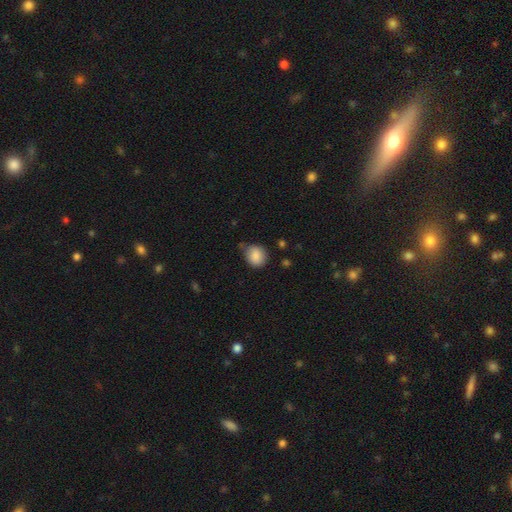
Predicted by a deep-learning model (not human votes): This is clearly a smooth galaxy (87%). How rounded: likely round (78%). Merging: likely none (72%).